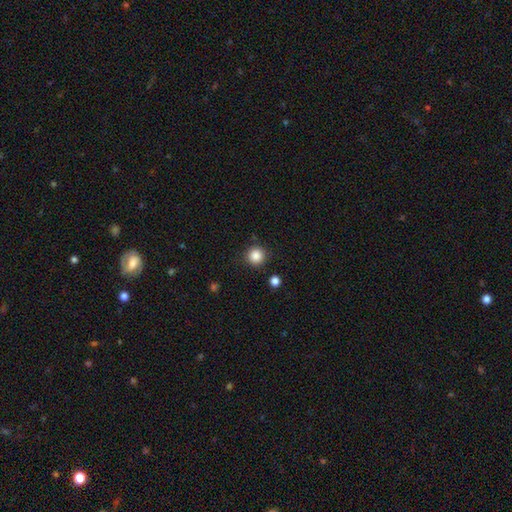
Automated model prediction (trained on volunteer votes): smooth 86%, star or artifact 11%, featured or disk 4%. Down the decision tree: how rounded — round (95%); merging — none (89%).